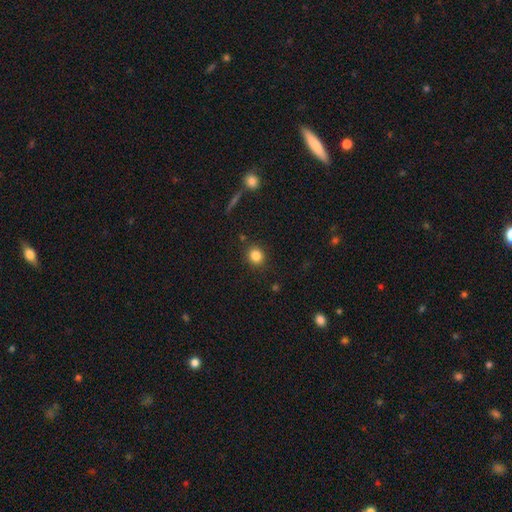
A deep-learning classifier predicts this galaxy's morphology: A smooth galaxy with no disk features (84%) that is round (83%). Merging: none (87%).